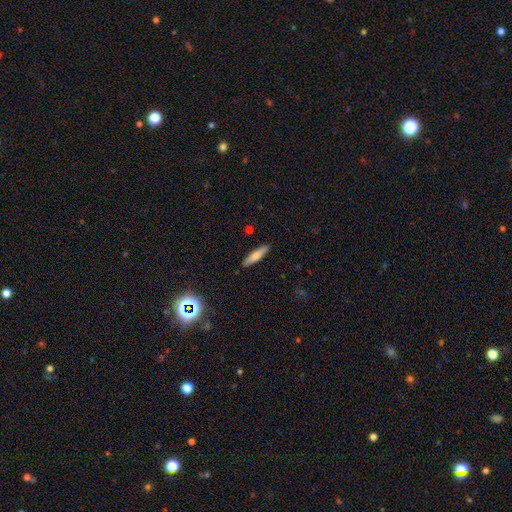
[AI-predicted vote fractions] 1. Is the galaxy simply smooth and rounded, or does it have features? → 73% smooth, 21% featured or disk, 7% star or artifact.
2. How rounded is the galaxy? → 81% cigar-shaped, 18% in between, 2% round.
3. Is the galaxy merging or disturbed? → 89% none, 8% minor disturbance, 2% major disturbance, 1% merger.